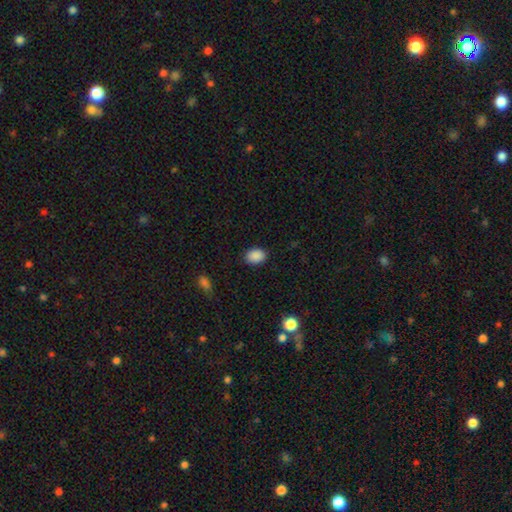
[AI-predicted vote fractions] smooth-or-featured: smooth: 89% | star or artifact: 9% | featured or disk: 3%
  how-rounded: in between: 72% | round: 27% | cigar-shaped: 1%
  merging: none: 87% | minor disturbance: 10% | major disturbance: 3% | merger: 1%